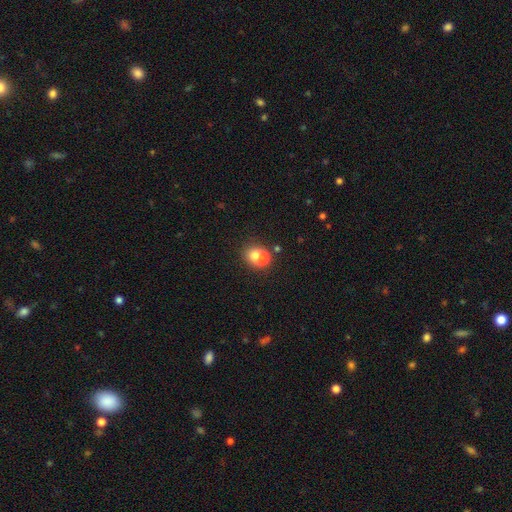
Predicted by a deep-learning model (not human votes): The model was most divided on "how rounded": round: 60%, in between: 39%, cigar-shaped: 1%. More confident: smooth or featured — smooth (67%); merging — merger (56%).